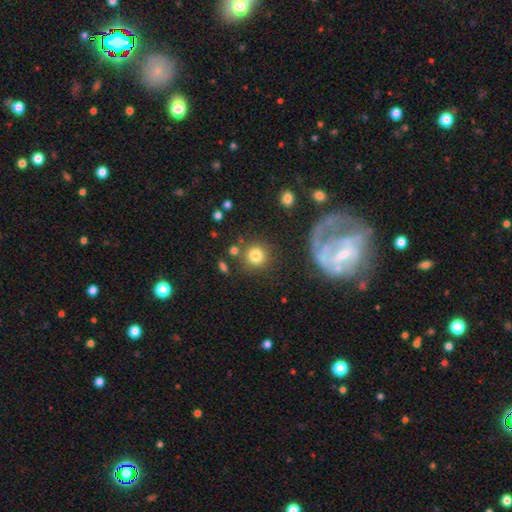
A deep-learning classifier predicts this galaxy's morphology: type=smooth (79%); roundness=round (90%); merging=none (76%).